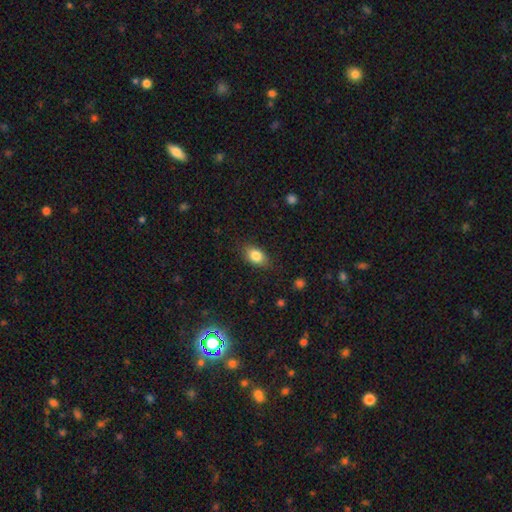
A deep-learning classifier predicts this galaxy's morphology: This appears to be a smooth galaxy with no disk features (83%) that is in between round and cigar-shaped (85%). Merging: none (83%).